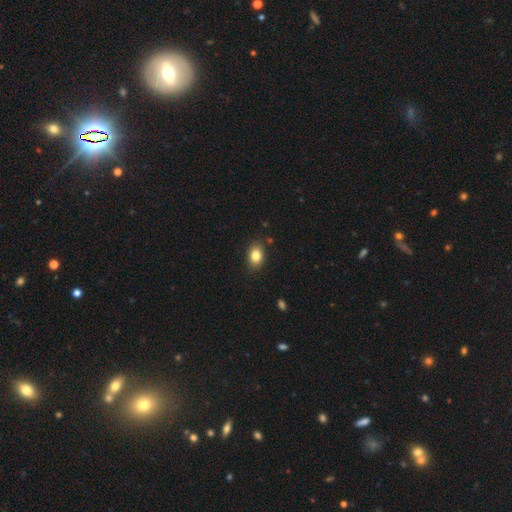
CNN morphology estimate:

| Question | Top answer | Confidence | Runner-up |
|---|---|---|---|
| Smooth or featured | smooth | 83% | star or artifact (9%) |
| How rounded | in between | 80% | round (18%) |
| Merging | none | 86% | minor disturbance (10%) |